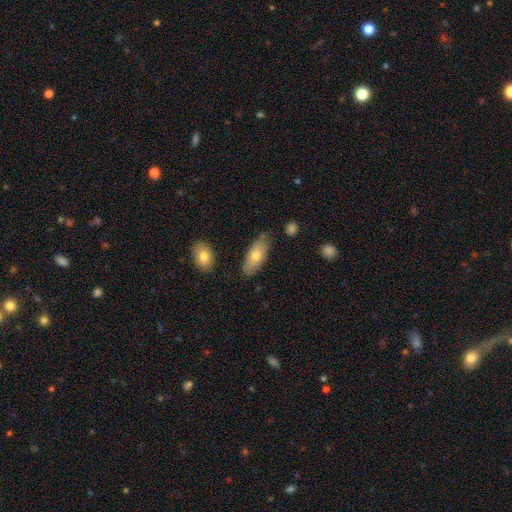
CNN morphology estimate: Smooth or featured: smooth — 71% (featured or disk — 24%)
How rounded: in between — 82% (cigar-shaped — 15%)
Merging: none — 73% (minor disturbance — 20%)